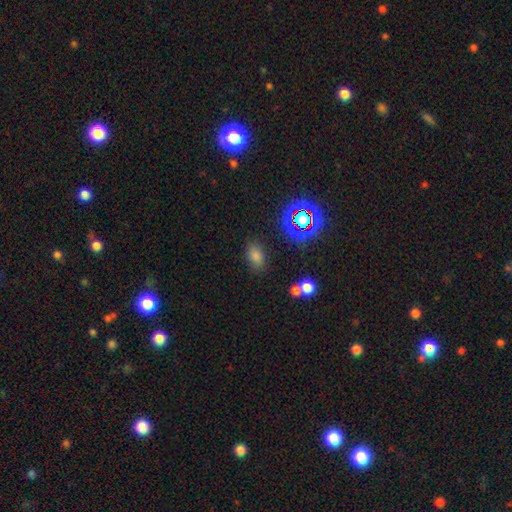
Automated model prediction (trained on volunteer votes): This appears to be a smooth galaxy with no disk features (71%) that is in between round and cigar-shaped (85%). Merging: none (80%).